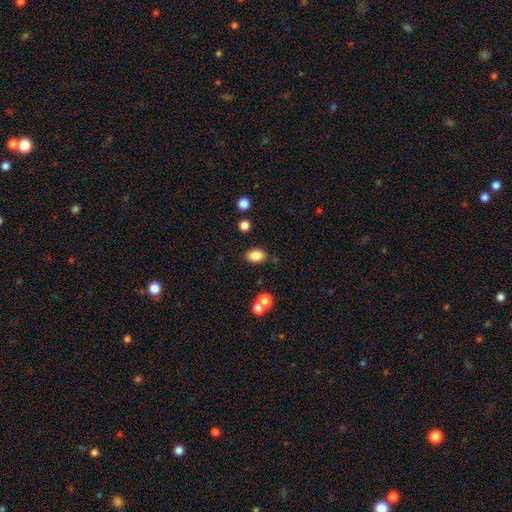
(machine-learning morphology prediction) smooth-or-featured: smooth: 85% | star or artifact: 9% | featured or disk: 6%
  how-rounded: in between: 85% | round: 14% | cigar-shaped: 1%
  merging: none: 82% | minor disturbance: 10% | merger: 5% | major disturbance: 3%